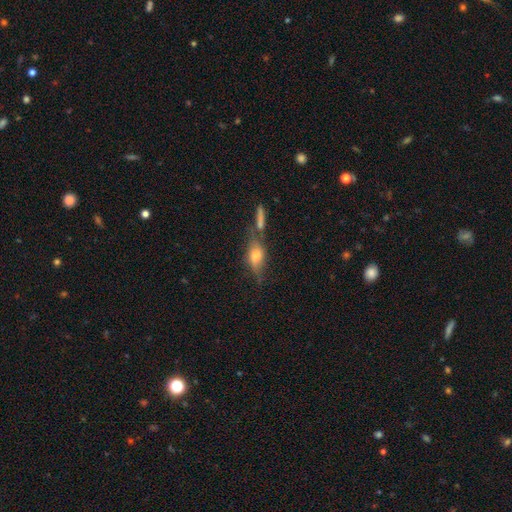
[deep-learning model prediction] Morphology: type=featured or disk (45%); merging=none (55%).